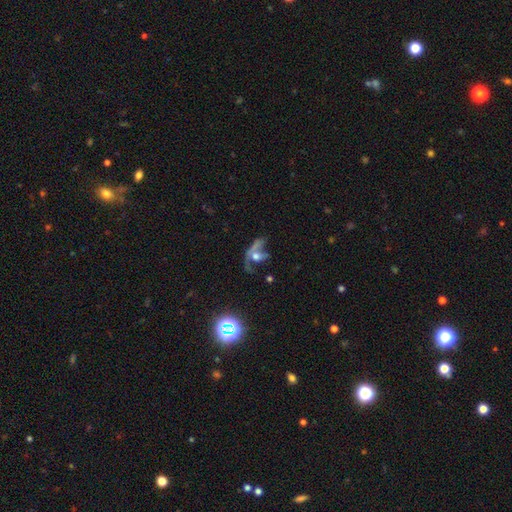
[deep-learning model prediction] Overall: featured or disk (52%; smooth 32%). Edge-on disk: no (88%). Merging: major disturbance (35%; merger 33%).